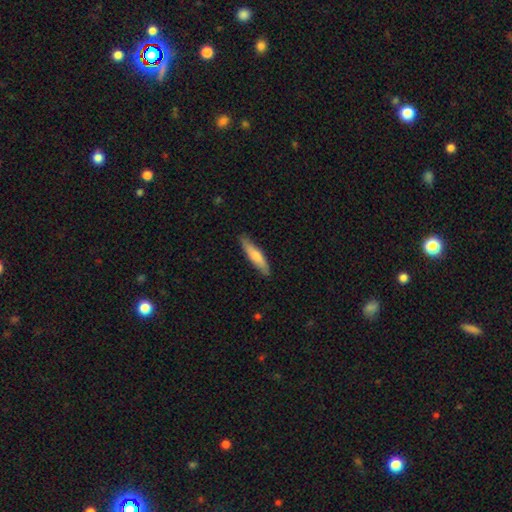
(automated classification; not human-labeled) Smooth or featured: smooth — 64% (featured or disk — 31%)
How rounded: cigar-shaped — 84% (in between — 14%)
Merging: none — 87% (minor disturbance — 10%)